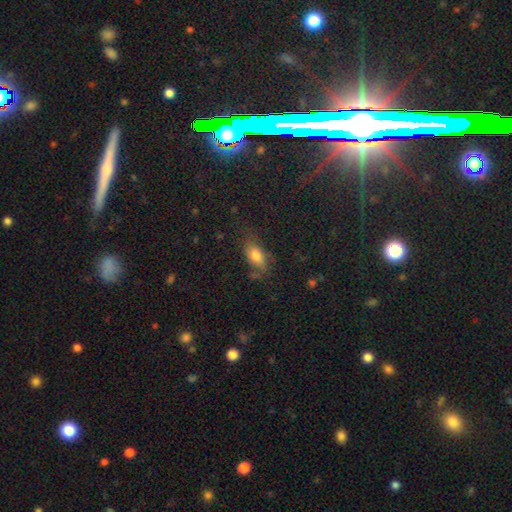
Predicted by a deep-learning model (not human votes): A smooth galaxy with no disk features (71%) that is in between round and cigar-shaped (85%). Merging: none (60%).